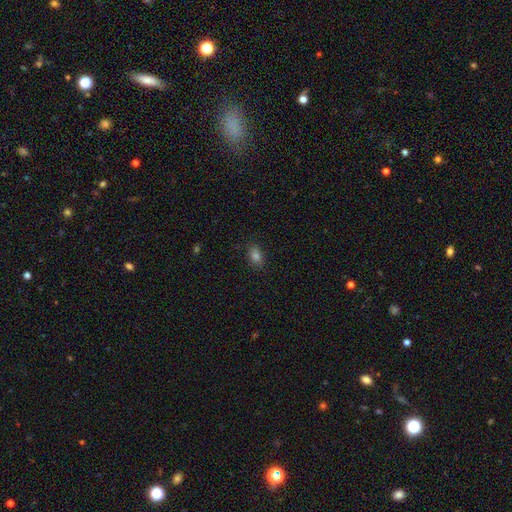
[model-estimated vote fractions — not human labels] Overall: smooth (79%). How rounded: in between (81%). Merging: none (86%).